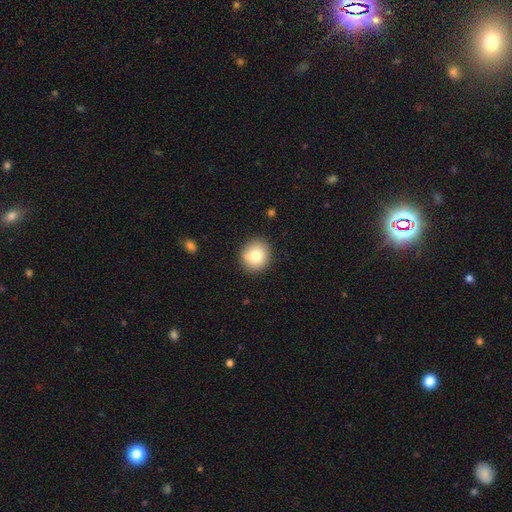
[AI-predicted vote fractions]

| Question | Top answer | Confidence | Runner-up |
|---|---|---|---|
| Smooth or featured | smooth | 79% | featured or disk (11%) |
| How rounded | round | 88% | in between (11%) |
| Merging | none | 89% | minor disturbance (7%) |